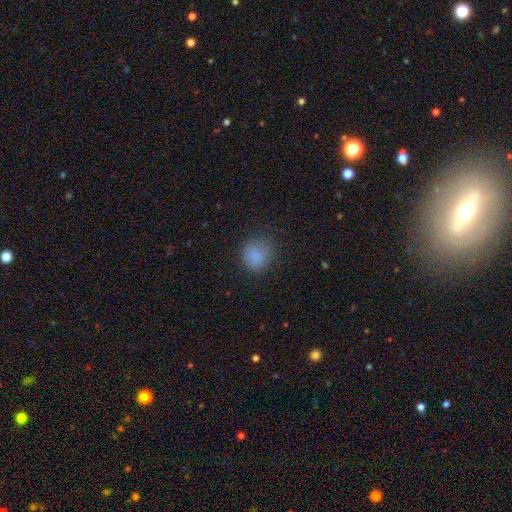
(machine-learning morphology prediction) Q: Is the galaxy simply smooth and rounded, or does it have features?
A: smooth — 84%.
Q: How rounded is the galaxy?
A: round — 86%.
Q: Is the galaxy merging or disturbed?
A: none — 78%.